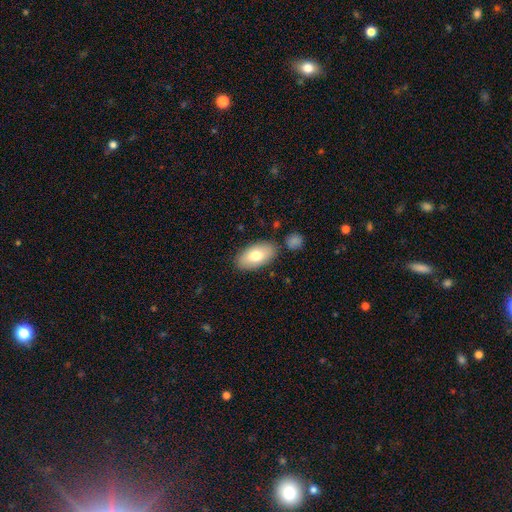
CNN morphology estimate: Overall: smooth (76%). How rounded: in between (94%). Merging: none (82%).